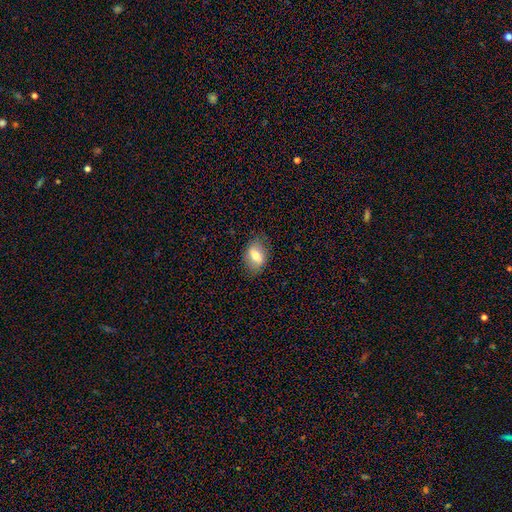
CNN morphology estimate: smooth-or-featured: smooth: 64% | featured or disk: 28% | star or artifact: 8%
  how-rounded: in between: 82% | round: 15% | cigar-shaped: 3%
  merging: none: 80% | minor disturbance: 14% | major disturbance: 4% | merger: 1%